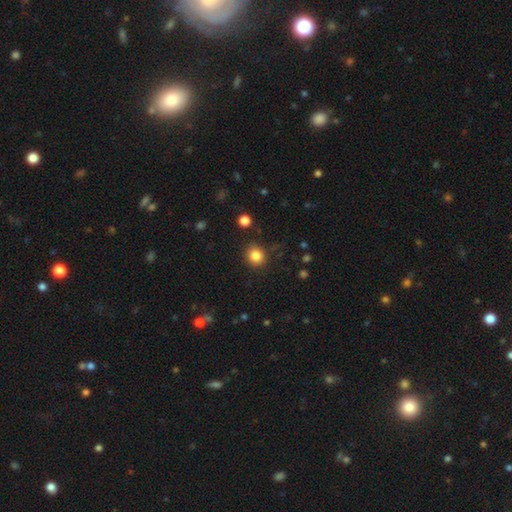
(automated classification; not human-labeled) smooth 84%, star or artifact 11%, featured or disk 5%. Down the decision tree: how rounded — round (87%); merging — none (88%).